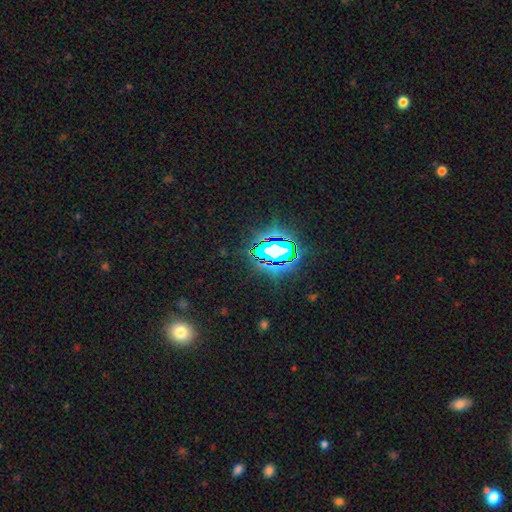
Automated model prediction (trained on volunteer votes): smooth-or-featured: star or artifact: 79% | smooth: 14% | featured or disk: 7%